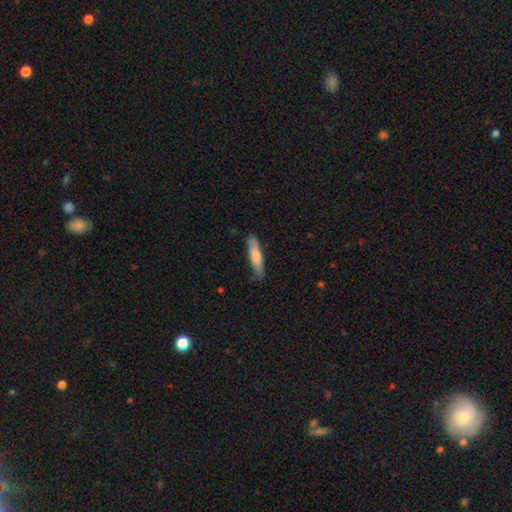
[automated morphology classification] Q: Smooth or featured?
A: smooth (64%); runner-up: featured or disk (30%)
Q: How rounded?
A: cigar-shaped (86%); runner-up: in between (13%)
Q: Merging?
A: none (83%); runner-up: minor disturbance (14%)